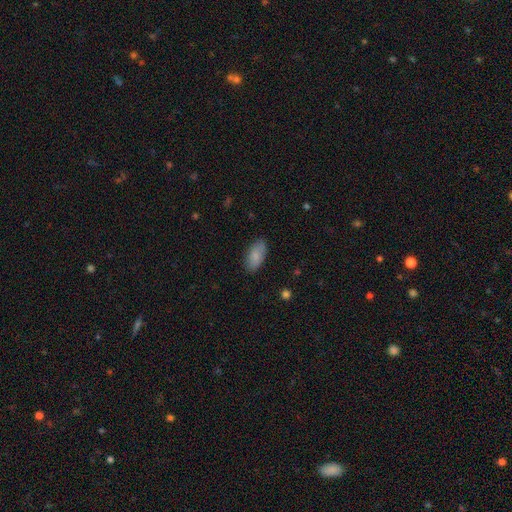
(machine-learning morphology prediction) Smooth or featured? smooth (83%)
How rounded? in between (92%)
Merging? none (83%)